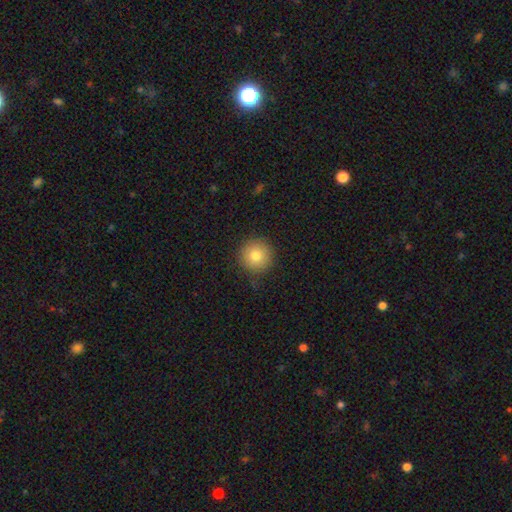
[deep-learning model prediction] The model was most divided on "smooth or featured": smooth: 79%, star or artifact: 11%, featured or disk: 10%. More confident: how rounded — round (96%); merging — none (88%).